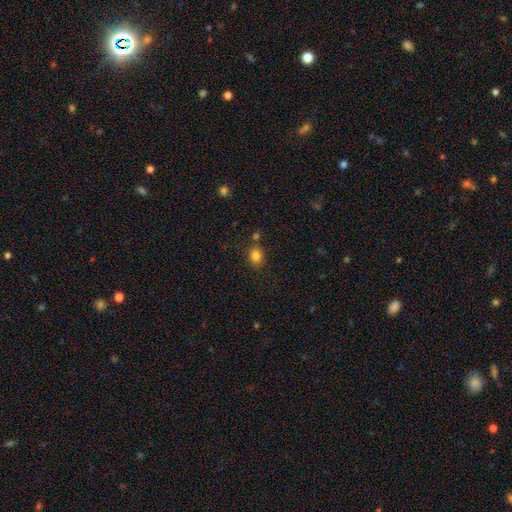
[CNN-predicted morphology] Smooth or featured: smooth — 83% (star or artifact — 11%)
How rounded: round — 54% (in between — 45%)
Merging: none — 77% (minor disturbance — 11%)